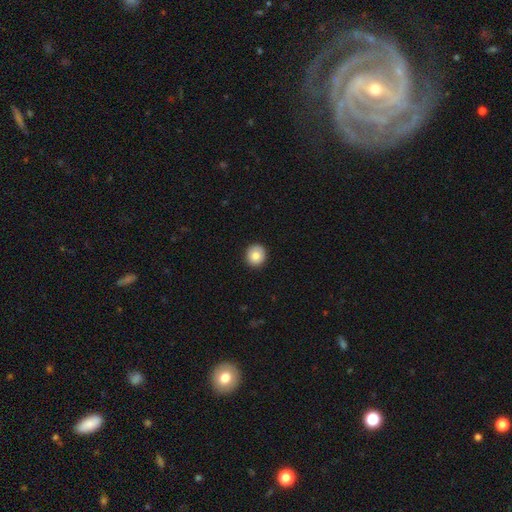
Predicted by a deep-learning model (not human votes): Smooth or featured? smooth (84%)
How rounded? round (91%)
Merging? none (91%)